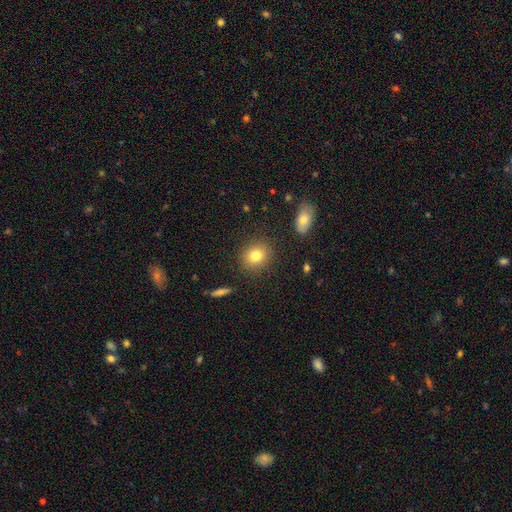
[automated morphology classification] Q: Smooth or featured?
A: smooth (81%); runner-up: star or artifact (10%)
Q: How rounded?
A: round (72%); runner-up: in between (27%)
Q: Merging?
A: none (88%); runner-up: minor disturbance (8%)